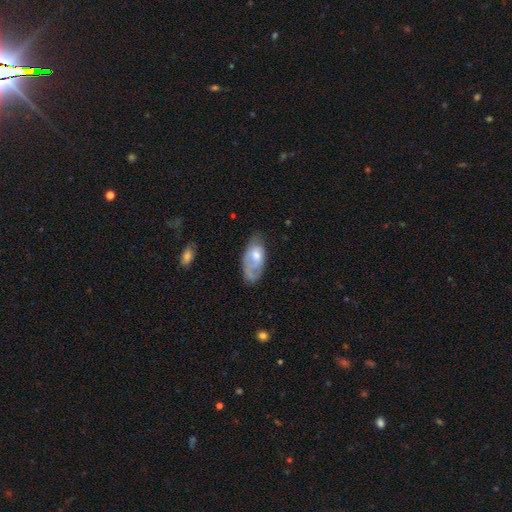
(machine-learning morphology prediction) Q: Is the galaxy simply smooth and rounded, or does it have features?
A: smooth — 58%.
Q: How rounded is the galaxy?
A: in between — 92%.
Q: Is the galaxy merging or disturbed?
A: none — 44%.